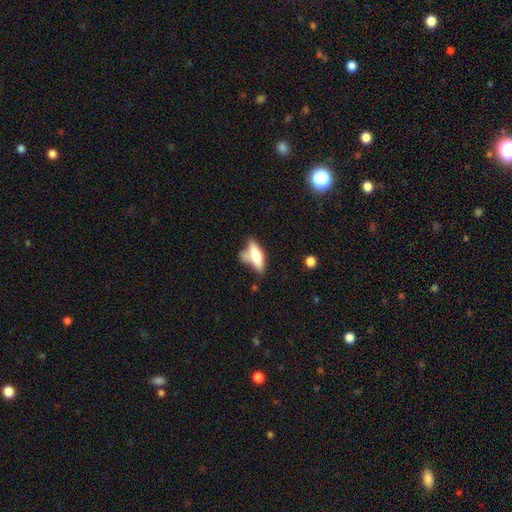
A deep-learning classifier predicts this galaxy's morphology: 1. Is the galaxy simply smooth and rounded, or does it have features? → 59% smooth, 34% featured or disk, 7% star or artifact.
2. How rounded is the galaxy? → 52% in between, 46% cigar-shaped, 3% round.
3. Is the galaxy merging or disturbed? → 47% none, 22% merger, 21% minor disturbance, 10% major disturbance.